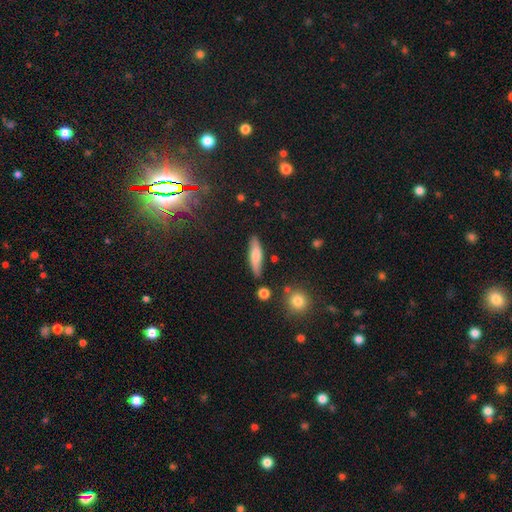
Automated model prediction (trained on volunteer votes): Smooth or featured? Predicted: smooth (p=0.69). How rounded? Predicted: cigar-shaped (p=0.67). Merging? Predicted: none (p=0.83).